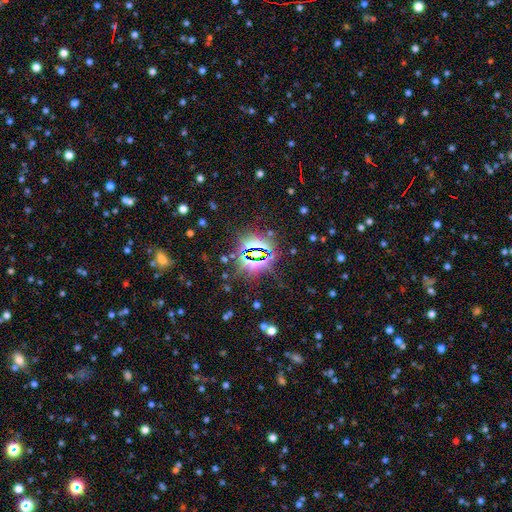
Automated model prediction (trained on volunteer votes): Overall: star or artifact (80%).